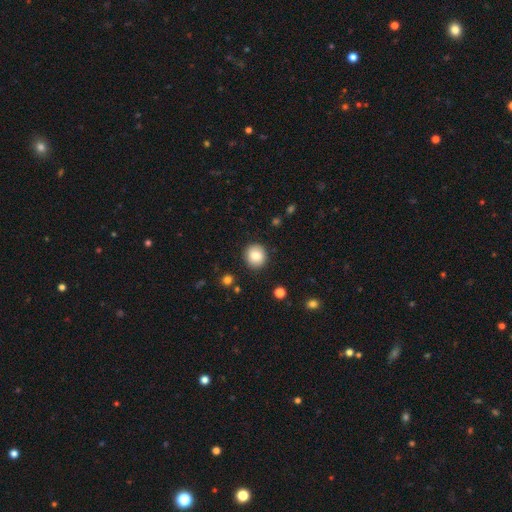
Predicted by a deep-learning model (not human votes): This appears to be a smooth galaxy with no disk features (84%) that is round (85%). Merging: none (90%).